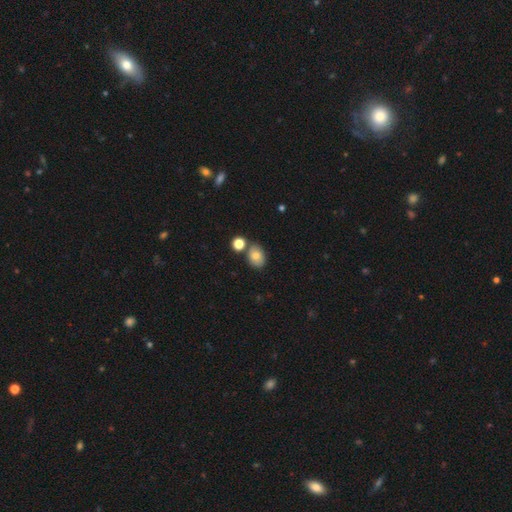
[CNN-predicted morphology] Smooth or featured?
  - smooth: 78% *
  - featured or disk: 11%
  - star or artifact: 11%
How rounded?
  - in between: 68% *
  - round: 31%
  - cigar-shaped: 1%
Merging?
  - none: 71% *
  - merger: 14%
  - minor disturbance: 12%
  - major disturbance: 3%